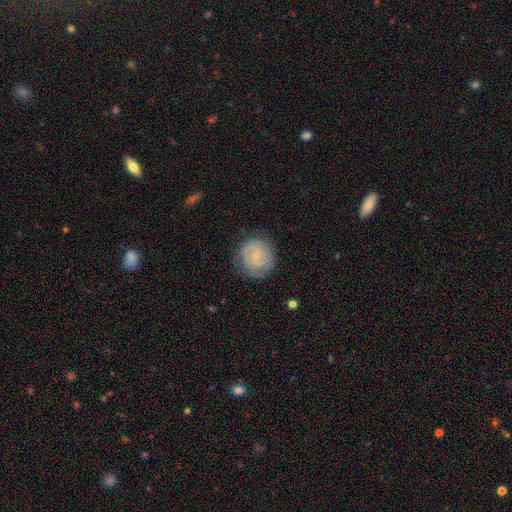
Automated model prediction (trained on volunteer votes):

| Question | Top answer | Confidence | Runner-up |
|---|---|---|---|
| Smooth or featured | featured or disk | 54% | smooth (38%) |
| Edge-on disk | no | 98% | yes (2%) |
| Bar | no | 70% | weak (26%) |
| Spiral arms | yes | 84% | no (16%) |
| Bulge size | small | 75% | moderate (13%) |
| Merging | none | 78% | minor disturbance (16%) |